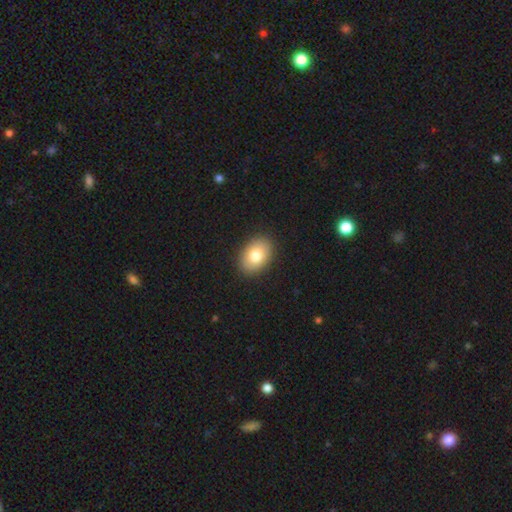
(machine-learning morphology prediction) Q: Smooth or featured?
A: smooth (82%); runner-up: featured or disk (11%)
Q: How rounded?
A: in between (83%); runner-up: round (16%)
Q: Merging?
A: none (90%); runner-up: minor disturbance (7%)